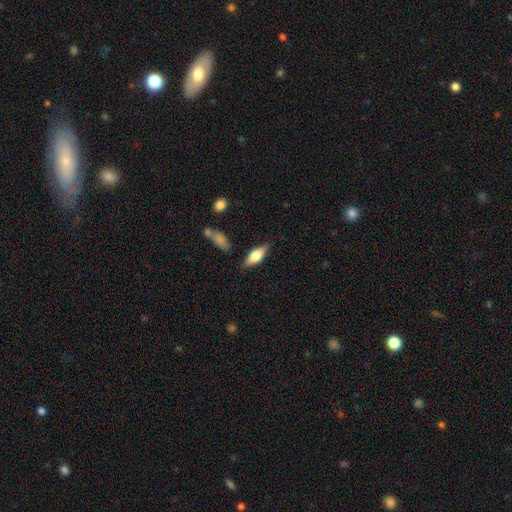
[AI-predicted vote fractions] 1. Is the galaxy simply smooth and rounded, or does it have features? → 47% smooth, 46% featured or disk, 7% star or artifact.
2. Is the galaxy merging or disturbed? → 80% none, 14% minor disturbance, 4% major disturbance, 2% merger.